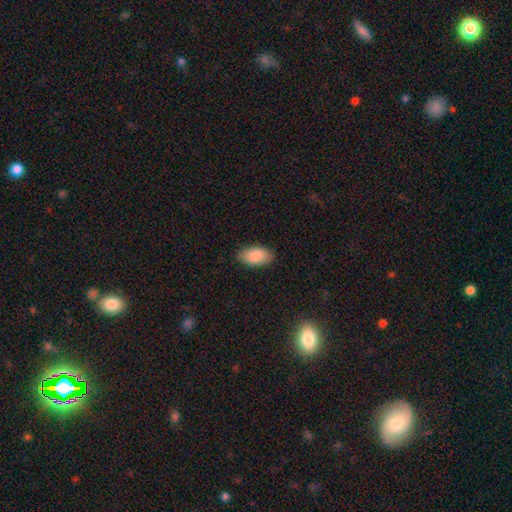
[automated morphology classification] Smooth or featured? Predicted: smooth (p=0.89). How rounded? Predicted: in between (p=0.95). Merging? Predicted: none (p=0.85).